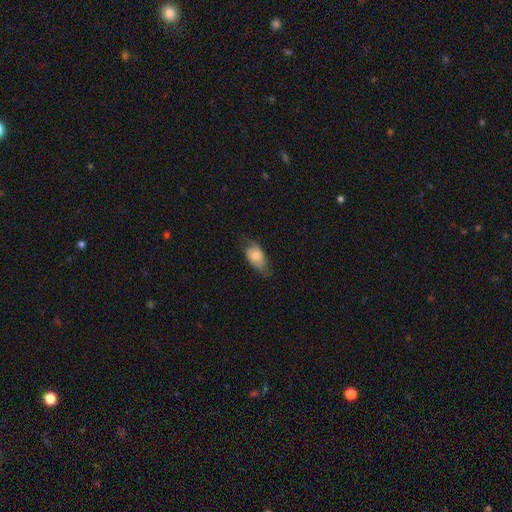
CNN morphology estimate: A smooth galaxy with no disk features (65%) that is in between round and cigar-shaped (89%). Merging: none (58%).